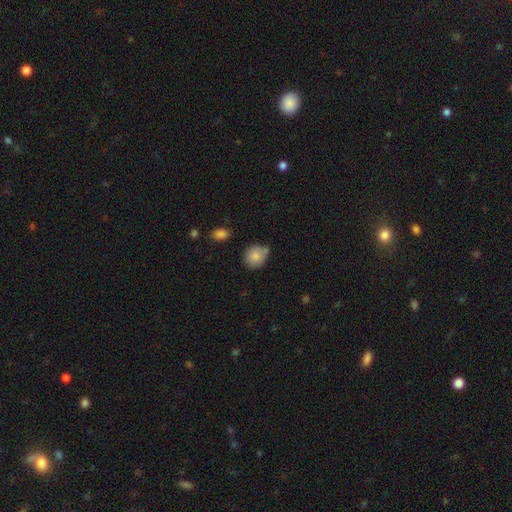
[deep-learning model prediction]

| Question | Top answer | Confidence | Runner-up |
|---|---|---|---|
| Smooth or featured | smooth | 84% | star or artifact (8%) |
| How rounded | round | 71% | in between (28%) |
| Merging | none | 60% | minor disturbance (26%) |